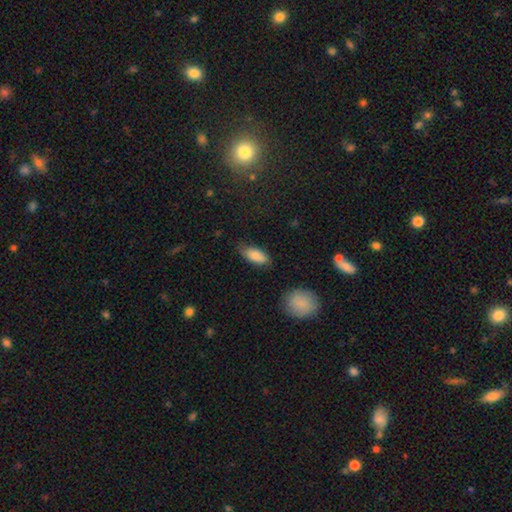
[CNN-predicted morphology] The model was most divided on "merging": none: 69%, minor disturbance: 25%, major disturbance: 5%, merger: 2%. More confident: how rounded — in between (88%); smooth or featured — smooth (84%).